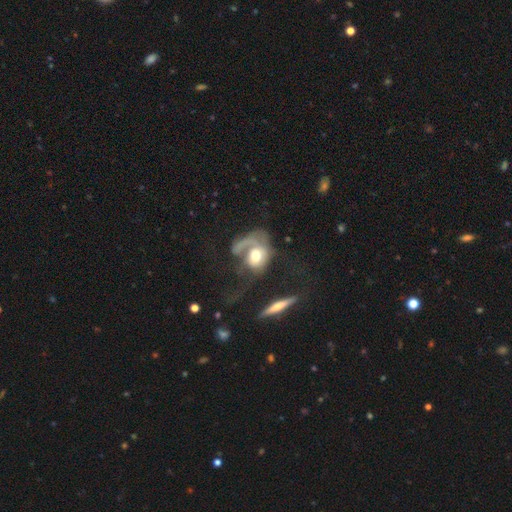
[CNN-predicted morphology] featured or disk 62%, smooth 31%, star or artifact 6%. Down the decision tree: edge-on disk — no (93%); bar — no (73%); spiral arms — yes (70%); bulge size — moderate (63%); merging — major disturbance (51%).